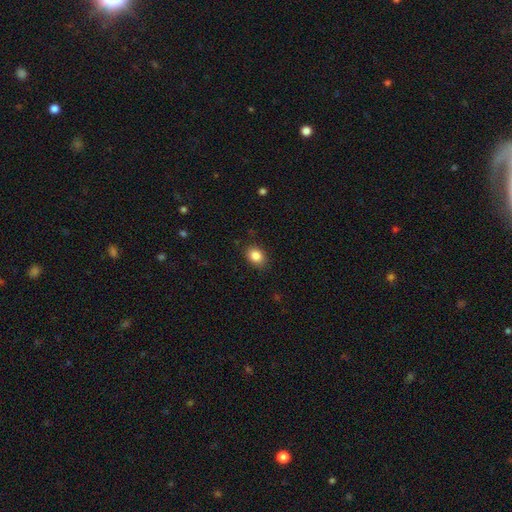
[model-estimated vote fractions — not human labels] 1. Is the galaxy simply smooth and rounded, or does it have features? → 86% smooth, 9% star or artifact, 5% featured or disk.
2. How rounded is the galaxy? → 62% in between, 37% round, 1% cigar-shaped.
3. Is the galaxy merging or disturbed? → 85% none, 11% minor disturbance, 3% major disturbance, 1% merger.